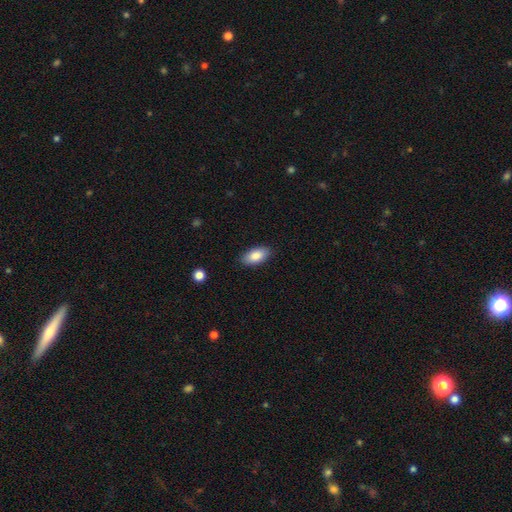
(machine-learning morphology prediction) This appears to be a smooth galaxy with no disk features (85%) that is in between round and cigar-shaped (92%). Merging: none (86%).